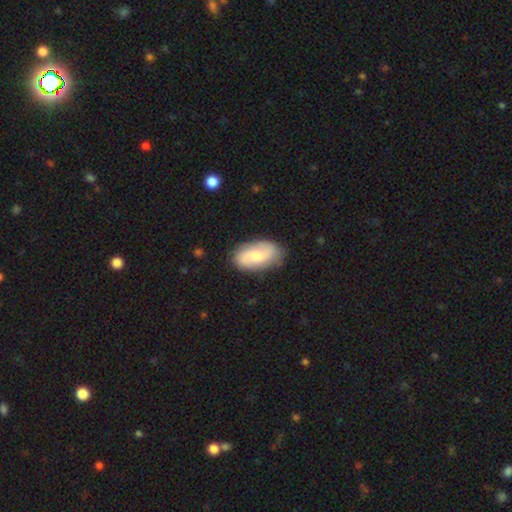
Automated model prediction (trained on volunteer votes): smooth 47% (tied), featured or disk 47% (tied), star or artifact 6%. Down the decision tree: merging — none (79%).